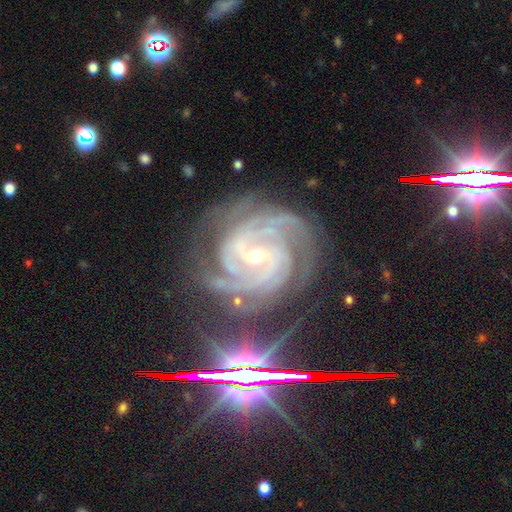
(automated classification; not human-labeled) smooth_or_featured: featured or disk (p=0.89) [alt: star or artifact p=0.08]
disk_edge_on: no (p=0.98) [alt: yes p=0.02]
bar: weak (p=0.40) [alt: no p=0.35]
has_spiral_arms: yes (p=0.99) [alt: no p=0.01]
spiral_winding: tight (p=0.73) [alt: medium p=0.24]
spiral_arm_count: 3 (p=0.31) [alt: 4 p=0.29]
bulge_size: small (p=0.60) [alt: moderate p=0.37]
merging: none (p=0.75) [alt: minor disturbance p=0.16]